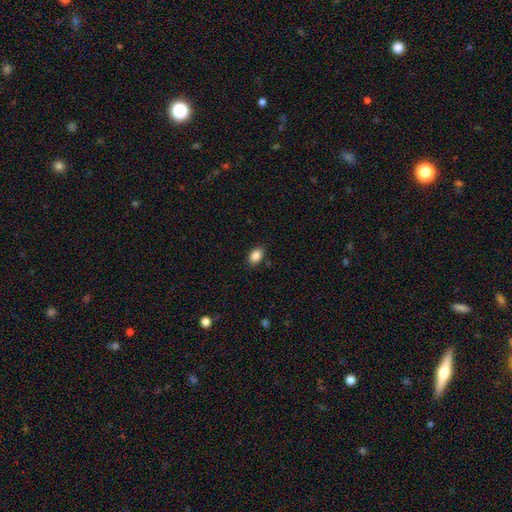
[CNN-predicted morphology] This is clearly a smooth galaxy (87%). How rounded: likely in between (80%). Merging: clearly none (85%).